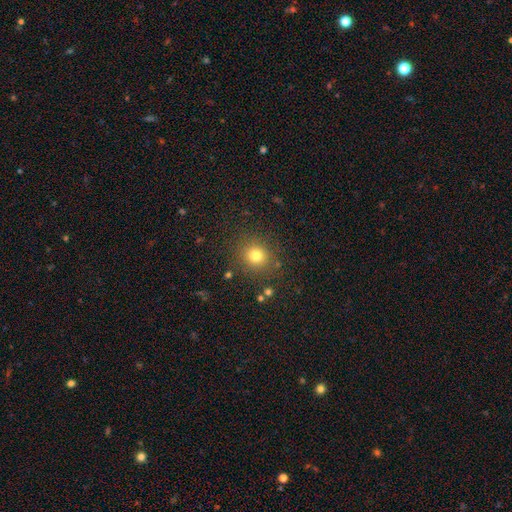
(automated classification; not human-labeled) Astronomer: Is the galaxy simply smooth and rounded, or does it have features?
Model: smooth — 78%.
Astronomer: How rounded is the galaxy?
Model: round — 87%.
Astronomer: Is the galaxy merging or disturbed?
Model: none — 86%.